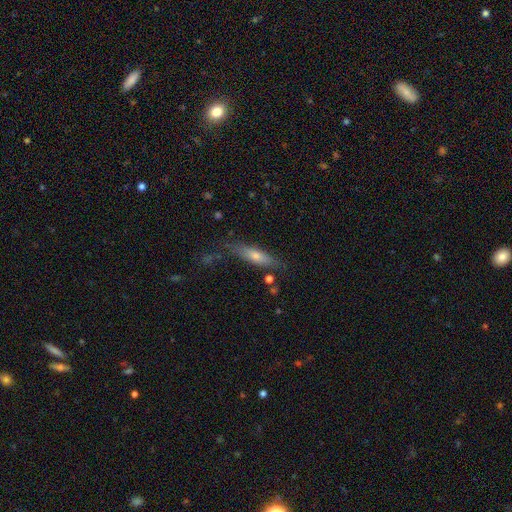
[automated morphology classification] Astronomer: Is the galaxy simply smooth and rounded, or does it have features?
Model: smooth — 56% (runner-up: featured or disk, 36%).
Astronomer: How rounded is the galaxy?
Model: cigar-shaped — 71%.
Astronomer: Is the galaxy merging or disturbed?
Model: none — 73%.